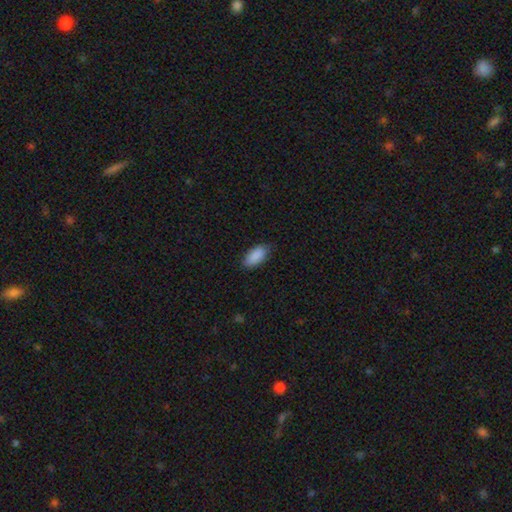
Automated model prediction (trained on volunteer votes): smooth 90%, star or artifact 6%, featured or disk 4%. Down the decision tree: how rounded — in between (91%); merging — none (83%).